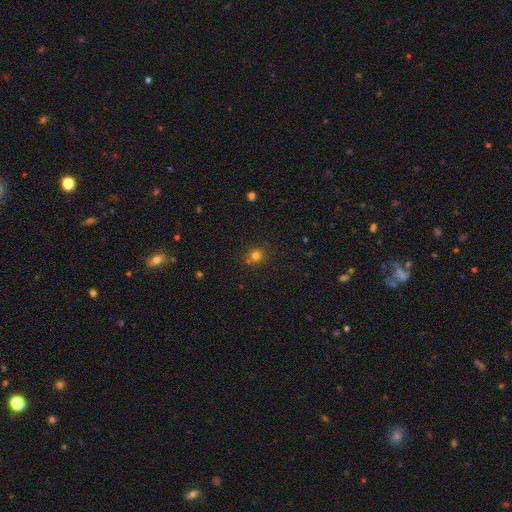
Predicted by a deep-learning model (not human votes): This appears to be a smooth galaxy with no disk features (76%) that is round (89%). Merging: none (75%).